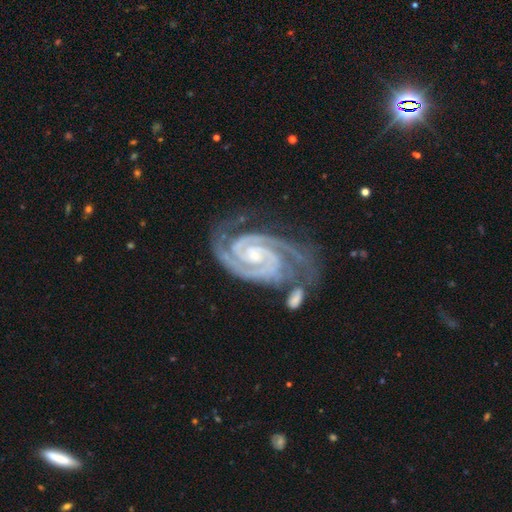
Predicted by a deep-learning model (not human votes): Smooth or featured? Predicted: featured or disk (p=0.94). Edge-on disk? Predicted: no (p=0.98). Bar? Predicted: no (p=0.53). Spiral arms? Predicted: yes (p=0.99). Spiral winding? Predicted: tight (p=0.79). Spiral arm count? Predicted: 2 (p=0.83). Bulge size? Predicted: small (p=0.67). Merging? Predicted: none (p=0.59).